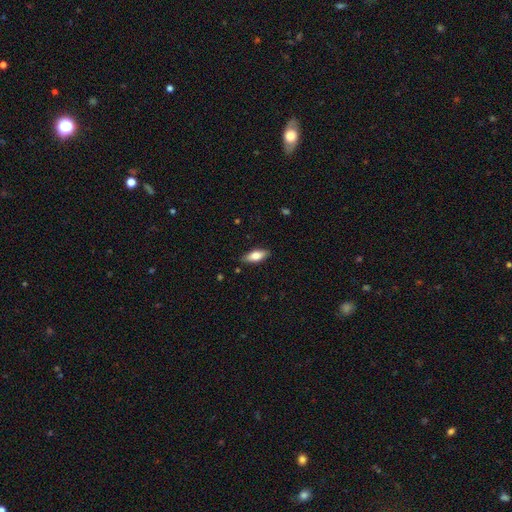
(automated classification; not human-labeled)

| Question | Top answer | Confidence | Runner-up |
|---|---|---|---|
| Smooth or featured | smooth | 69% | featured or disk (25%) |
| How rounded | in between | 75% | cigar-shaped (22%) |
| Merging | none | 85% | minor disturbance (11%) |